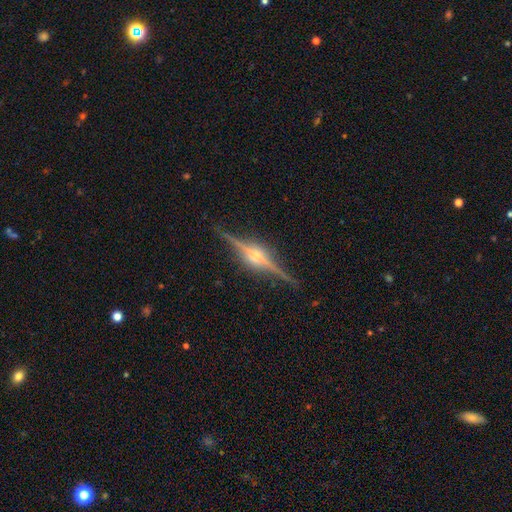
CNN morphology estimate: Smooth or featured?
  - featured or disk: 90% *
  - star or artifact: 5%
  - smooth: 5%
Edge-on disk?
  - yes: 98% *
  - no: 2%
Edge-on bulge?
  - rounded: 91% *
  - boxy: 7%
  - none: 2%
Merging?
  - none: 90% *
  - minor disturbance: 7%
  - major disturbance: 2%
  - merger: 1%